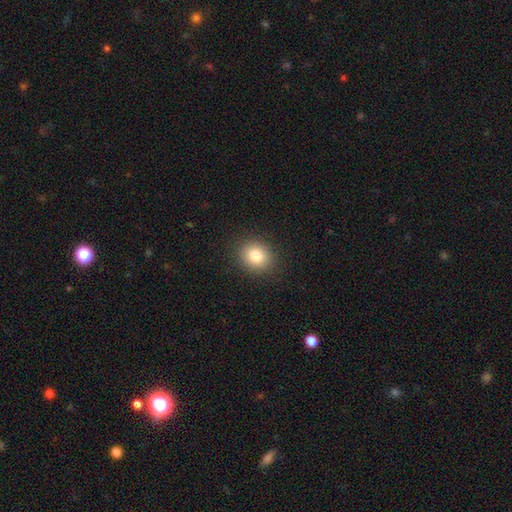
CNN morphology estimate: Smooth or featured? smooth (83%)
How rounded? round (70%)
Merging? none (89%)